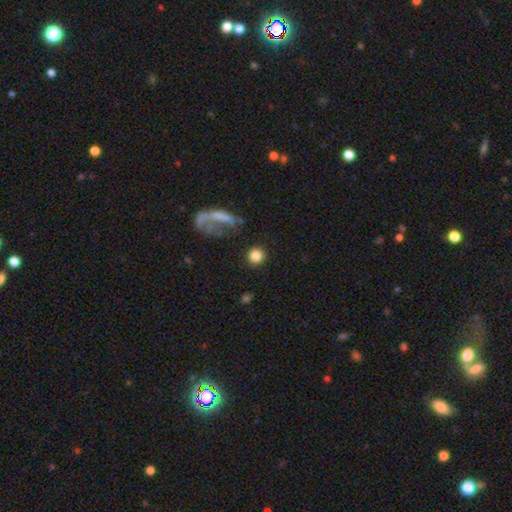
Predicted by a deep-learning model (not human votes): Q: Smooth or featured?
A: smooth (83%); runner-up: star or artifact (10%)
Q: How rounded?
A: round (93%); runner-up: in between (6%)
Q: Merging?
A: none (88%); runner-up: minor disturbance (6%)